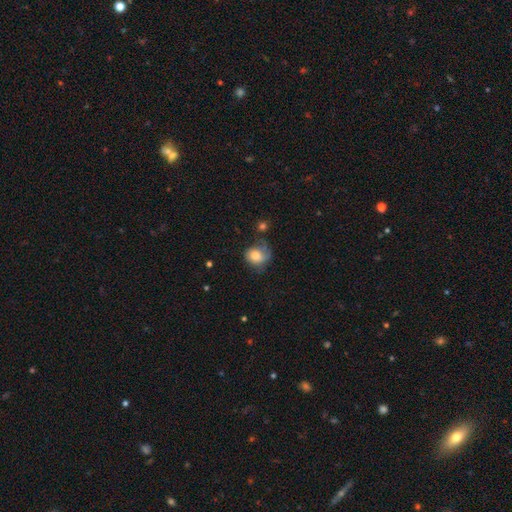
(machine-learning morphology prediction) This is likely a smooth galaxy (71%). How rounded: likely round (66%). Merging: marginally none (44%).